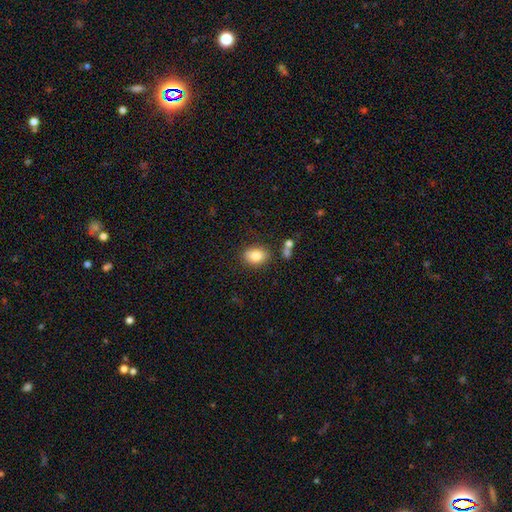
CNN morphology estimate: A smooth galaxy with no disk features (83%) that is in between round and cigar-shaped (72%).

Vote fractions:
- Smooth or featured? smooth: 83% / featured or disk: 9% / star or artifact: 9%
- How rounded? in between: 72% / round: 27% / cigar-shaped: 1%
- Merging? none: 80% / minor disturbance: 12% / merger: 5% / major disturbance: 3%